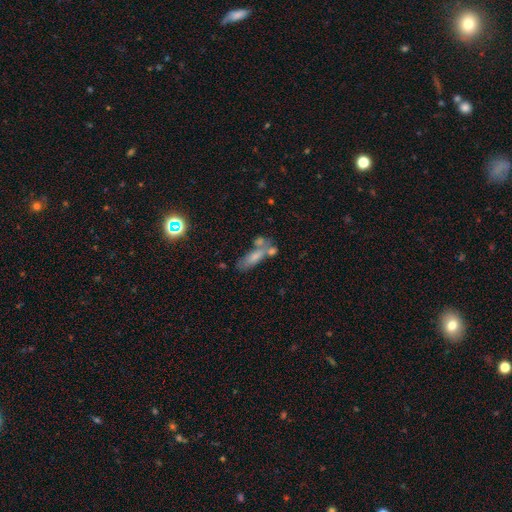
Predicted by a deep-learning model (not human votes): smooth-or-featured: smooth: 62% | featured or disk: 25% | star or artifact: 13%
  how-rounded: in between: 52% | cigar-shaped: 43% | round: 4%
  merging: none: 37% (tied) | merger: 37% (tied) | minor disturbance: 16% | major disturbance: 10%